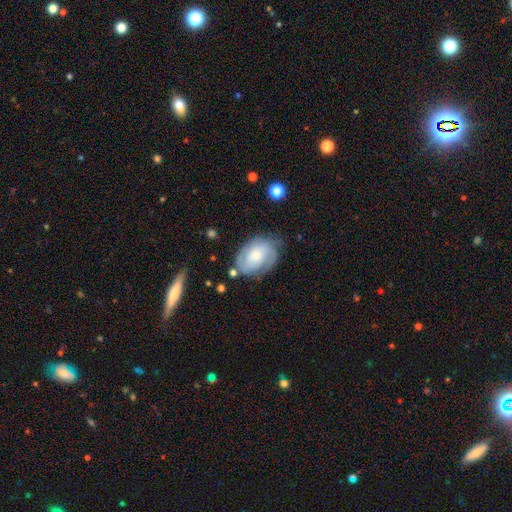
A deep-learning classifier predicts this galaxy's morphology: Q: Smooth or featured?
A: featured or disk (63%); runner-up: smooth (30%)
Q: Edge-on disk?
A: no (96%); runner-up: yes (4%)
Q: Bar?
A: no (71%); runner-up: weak (24%)
Q: Spiral arms?
A: yes (85%); runner-up: no (15%)
Q: Spiral winding?
A: tight (56%); runner-up: medium (33%)
Q: Spiral arm count?
A: 2 (40%); runner-up: can't tell (37%)
Q: Bulge size?
A: small (53%); runner-up: moderate (35%)
Q: Merging?
A: none (63%); runner-up: minor disturbance (24%)